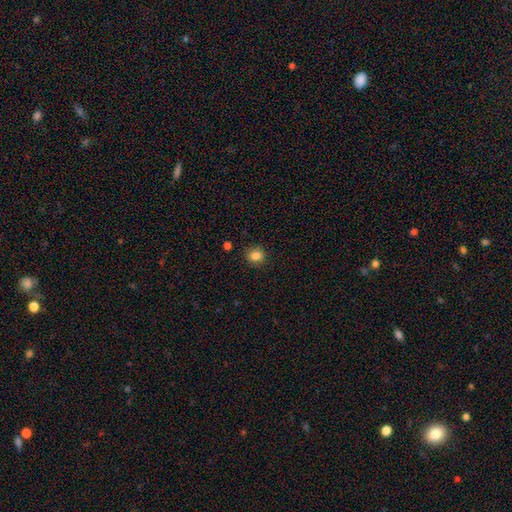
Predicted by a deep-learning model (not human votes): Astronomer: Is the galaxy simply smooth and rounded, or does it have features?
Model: smooth — 85%.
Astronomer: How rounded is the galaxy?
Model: round — 72%.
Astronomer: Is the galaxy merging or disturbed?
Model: none — 87%.